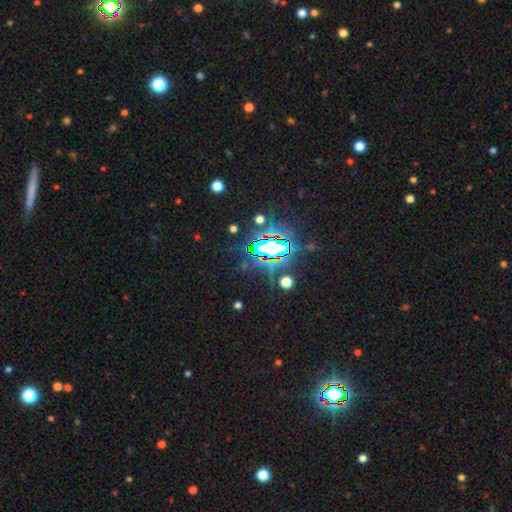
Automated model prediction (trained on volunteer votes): Smooth or featured: star or artifact — 85% (smooth — 8%)